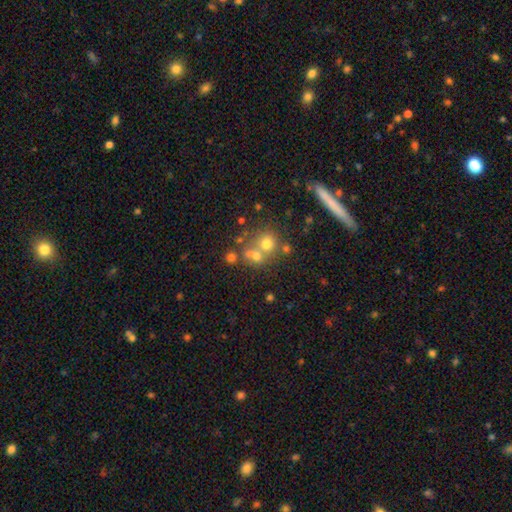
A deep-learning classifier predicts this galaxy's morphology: The model was most divided on "merging": none: 45%, merger: 42%, minor disturbance: 8%, major disturbance: 5%. More confident: how rounded — round (80%); smooth or featured — smooth (64%).